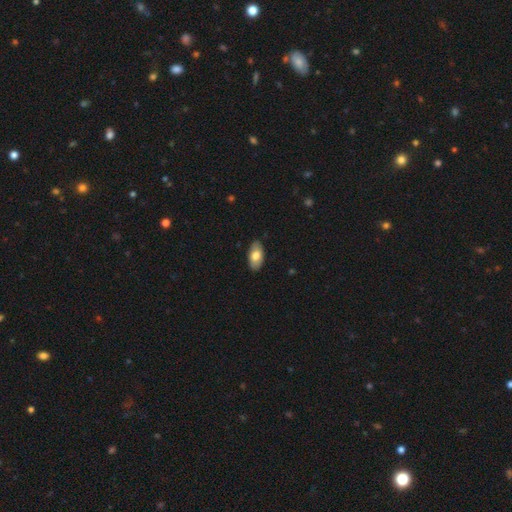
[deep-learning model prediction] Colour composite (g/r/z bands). It shows a smooth galaxy with no disk features (74%) that is in between round and cigar-shaped (94%). Merging: none (87%).